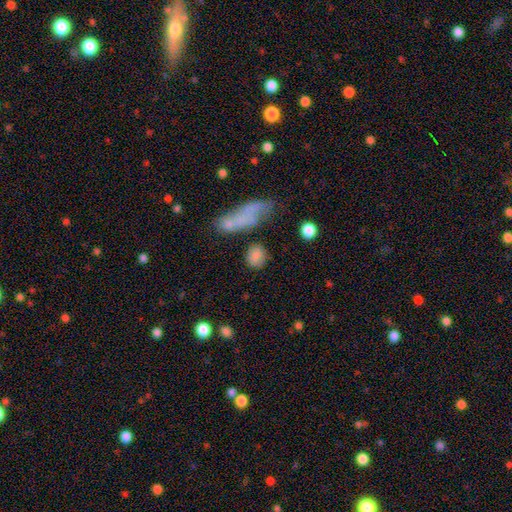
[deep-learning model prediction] Smooth or featured?
  - smooth: 79% *
  - featured or disk: 11%
  - star or artifact: 10%
How rounded?
  - round: 54% *
  - in between: 43%
  - cigar-shaped: 4%
Merging?
  - none: 70% *
  - minor disturbance: 15%
  - merger: 9%
  - major disturbance: 7%